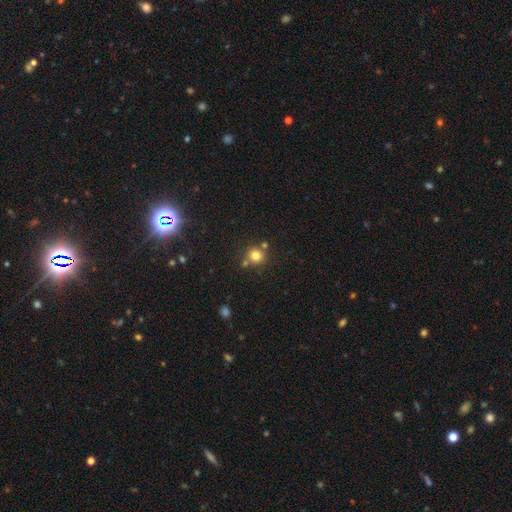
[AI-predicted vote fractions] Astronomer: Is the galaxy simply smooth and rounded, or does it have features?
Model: smooth — 78%.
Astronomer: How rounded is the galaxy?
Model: round — 92%.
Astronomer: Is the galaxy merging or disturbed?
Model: none — 72%.